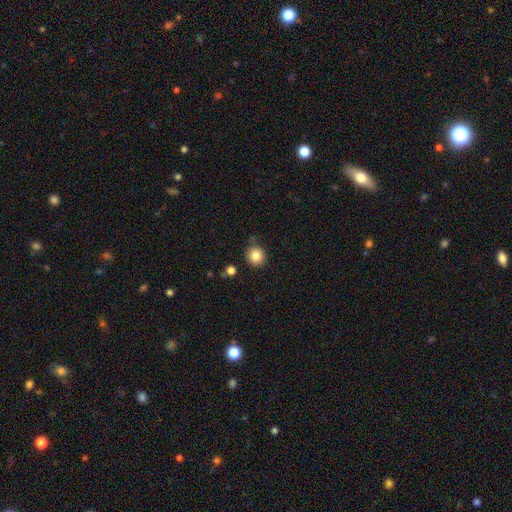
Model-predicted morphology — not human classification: Overall: smooth (83%). How rounded: round (90%). Merging: none (82%).